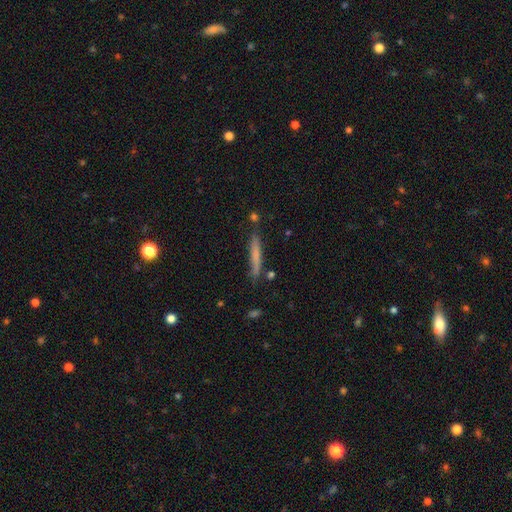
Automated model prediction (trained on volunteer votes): Overall: smooth (61%; featured or disk 31%). How rounded: cigar-shaped (95%). Merging: none (80%).